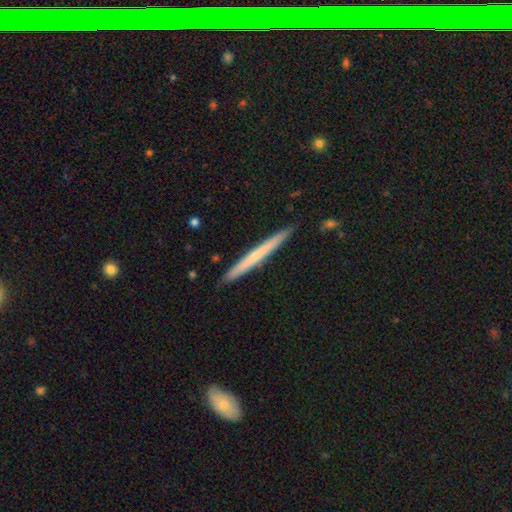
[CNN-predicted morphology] Smooth or featured? smooth (50%)
How rounded? cigar-shaped (97%)
Merging? none (91%)